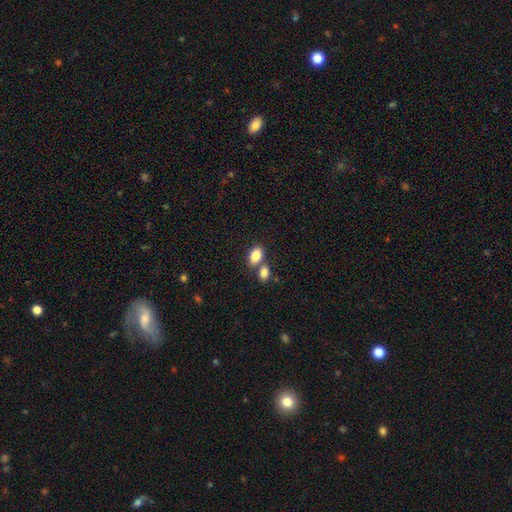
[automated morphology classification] smooth 84%, star or artifact 8%, featured or disk 7%. Down the decision tree: how rounded — in between (84%); merging — none (52%).